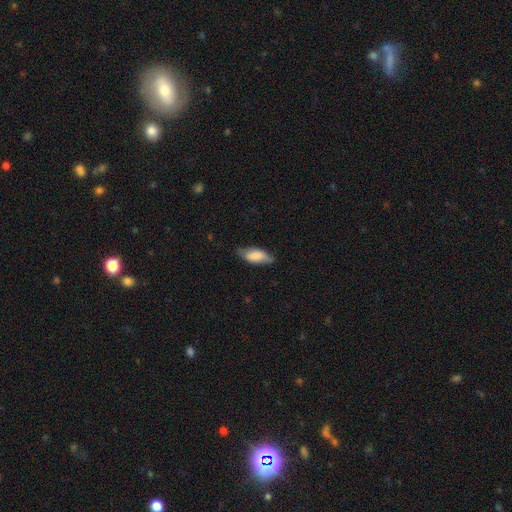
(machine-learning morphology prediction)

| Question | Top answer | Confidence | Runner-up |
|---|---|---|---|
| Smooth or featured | smooth | 77% | featured or disk (17%) |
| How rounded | in between | 80% | cigar-shaped (18%) |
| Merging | none | 67% | minor disturbance (26%) |